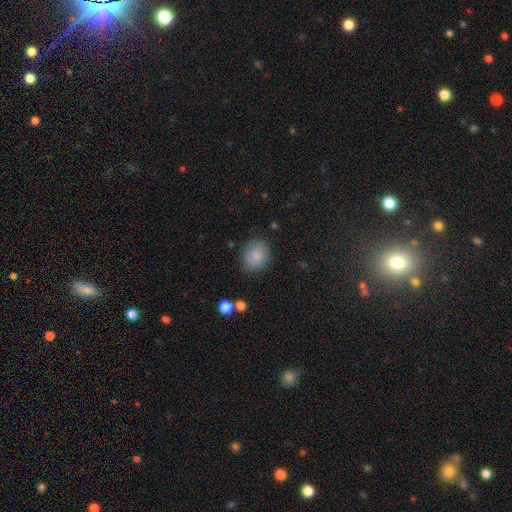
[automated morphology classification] The model was most divided on "how rounded": in between: 50%, round: 49%, cigar-shaped: 1%. More confident: smooth or featured — smooth (87%); merging — none (84%).